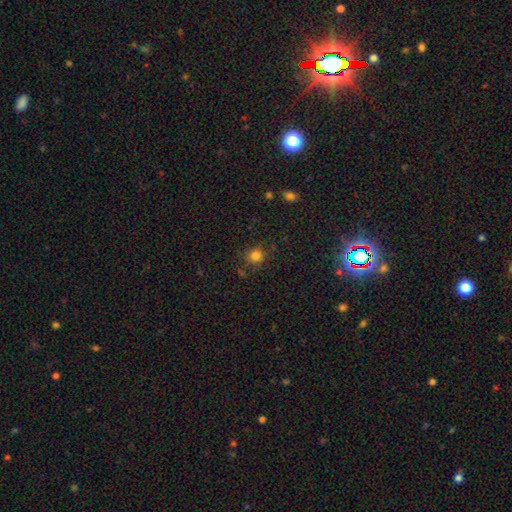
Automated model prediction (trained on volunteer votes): This appears to be a smooth galaxy with no disk features (81%) that is round (82%). Merging: none (79%).